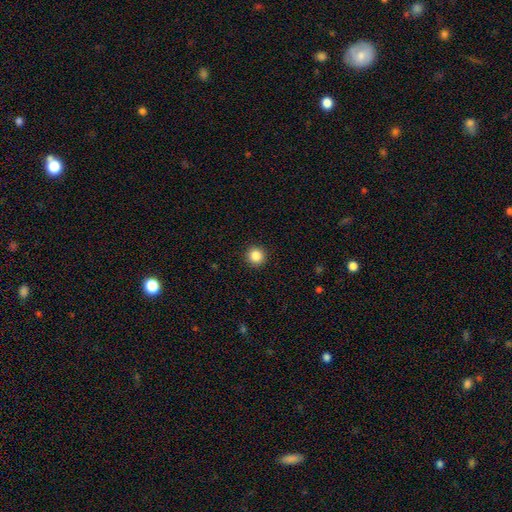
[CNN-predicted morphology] smooth_or_featured: smooth (p=0.86) [alt: star or artifact p=0.10]
how_rounded: round (p=0.94) [alt: in between p=0.05]
merging: none (p=0.92) [alt: minor disturbance p=0.05]